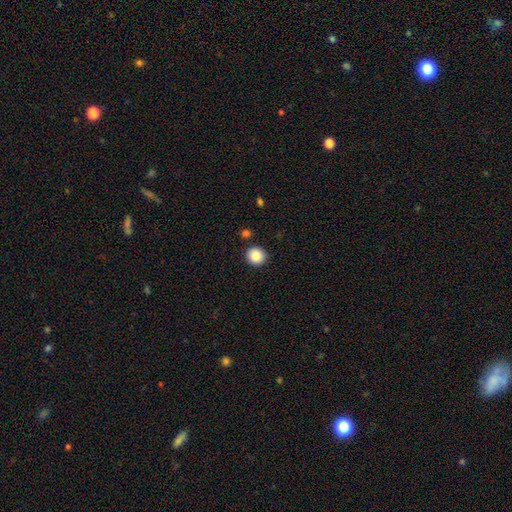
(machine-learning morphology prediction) This appears to be a smooth galaxy with no disk features (87%) that is round (90%). Merging: none (89%).